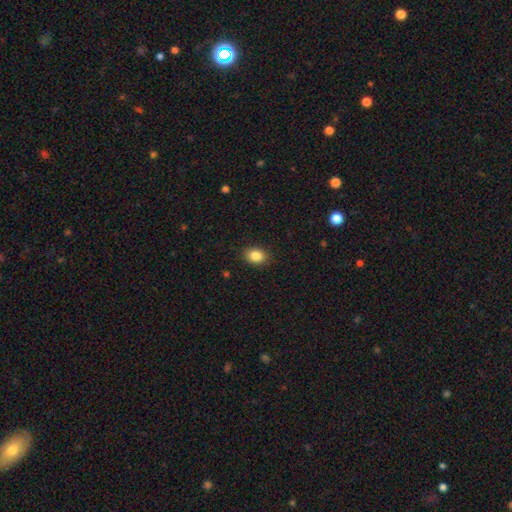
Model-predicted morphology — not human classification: A smooth galaxy with no disk features (86%) that is in between round and cigar-shaped (70%). Merging: none (89%).